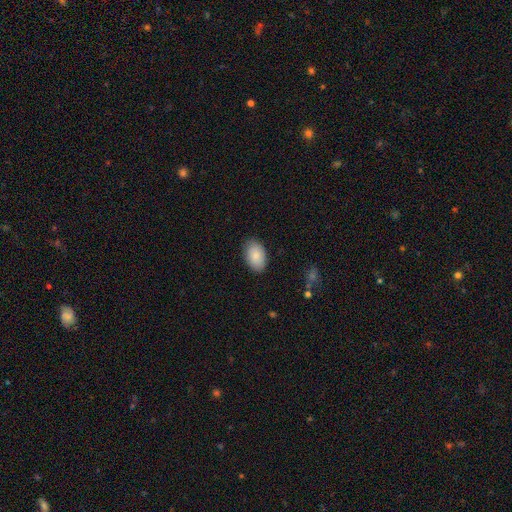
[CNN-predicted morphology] A smooth galaxy with no disk features (87%) that is in between round and cigar-shaped (93%). Merging: none (87%).